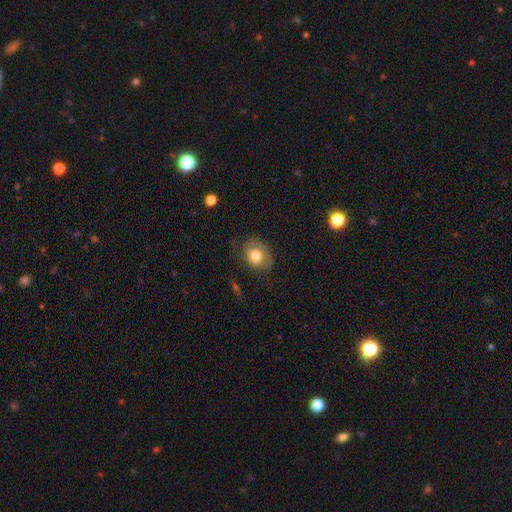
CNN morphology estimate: smooth 74%, featured or disk 17%, star or artifact 8%. Down the decision tree: how rounded — in between (50%); merging — none (61%).